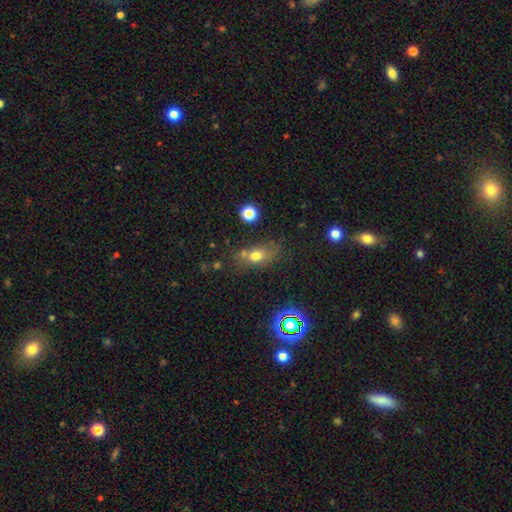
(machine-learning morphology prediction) The model was most divided on "merging": none: 54%, minor disturbance: 19%, merger: 18%, major disturbance: 9%. More confident: smooth or featured — smooth (68%); how rounded — in between (65%).